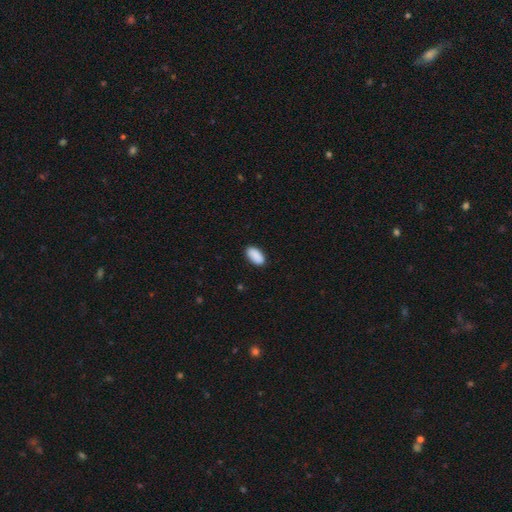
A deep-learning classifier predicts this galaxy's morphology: Smooth or featured: smooth — 90% (star or artifact — 6%)
How rounded: in between — 94% (round — 3%)
Merging: none — 86% (minor disturbance — 10%)